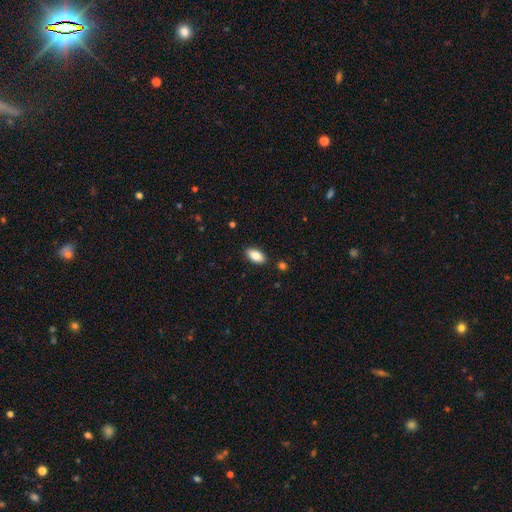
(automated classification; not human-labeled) This is clearly a smooth galaxy (84%). How rounded: clearly in between (92%). Merging: clearly none (89%).